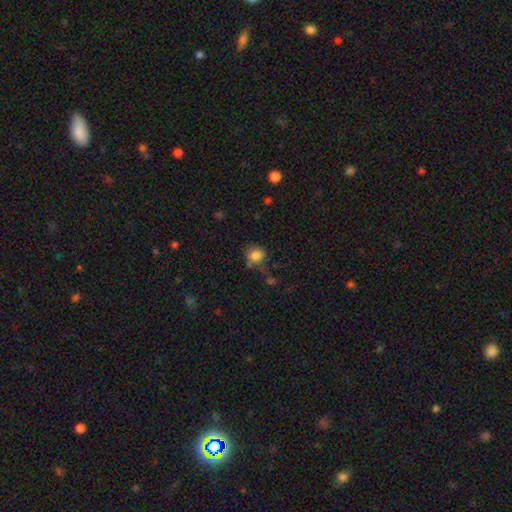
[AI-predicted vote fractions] The model was most divided on "how rounded": round: 62%, in between: 36%, cigar-shaped: 1%. More confident: smooth or featured — smooth (82%); merging — none (57%).